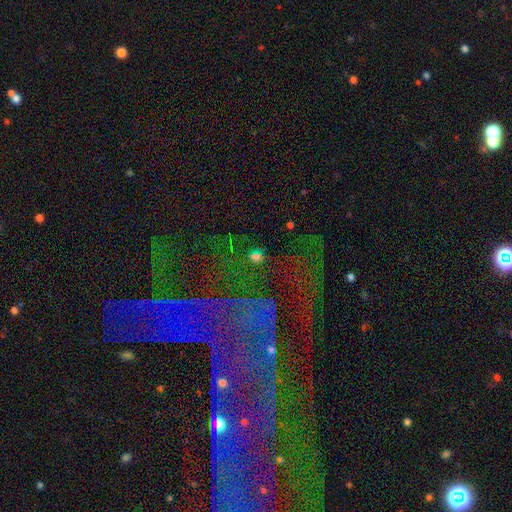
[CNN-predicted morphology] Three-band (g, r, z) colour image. It shows a star or artifact, not a galaxy (45%).